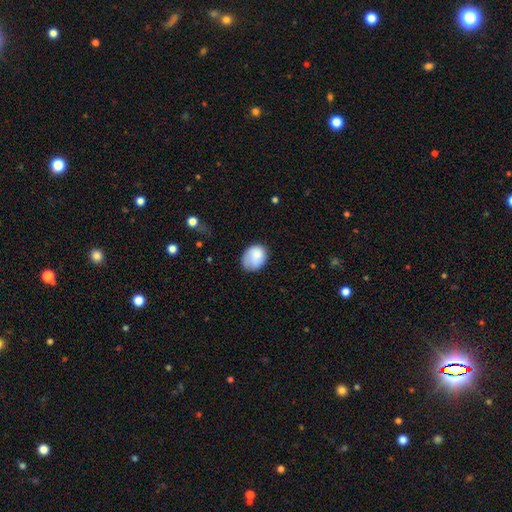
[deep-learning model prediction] Smooth or featured: smooth — 85% (featured or disk — 8%)
How rounded: in between — 54% (round — 46%)
Merging: none — 61% (minor disturbance — 29%)